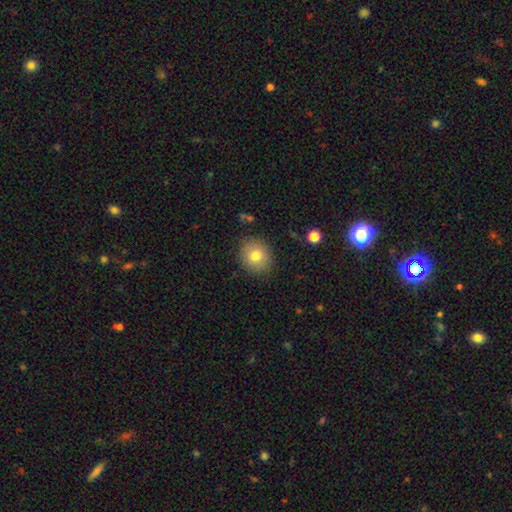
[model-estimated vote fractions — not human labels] A smooth galaxy with no disk features (78%) that is round (81%).

Vote fractions:
- Smooth or featured? smooth: 78% / featured or disk: 12% / star or artifact: 10%
- How rounded? round: 81% / in between: 18% / cigar-shaped: 1%
- Merging? none: 86% / minor disturbance: 10% / major disturbance: 3% / merger: 2%